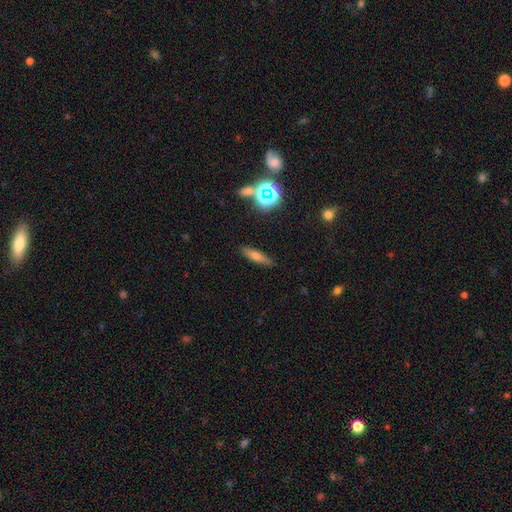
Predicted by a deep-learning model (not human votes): Smooth or featured: smooth — 58% (featured or disk — 27%)
How rounded: cigar-shaped — 71% (in between — 24%)
Merging: none — 87% (minor disturbance — 9%)